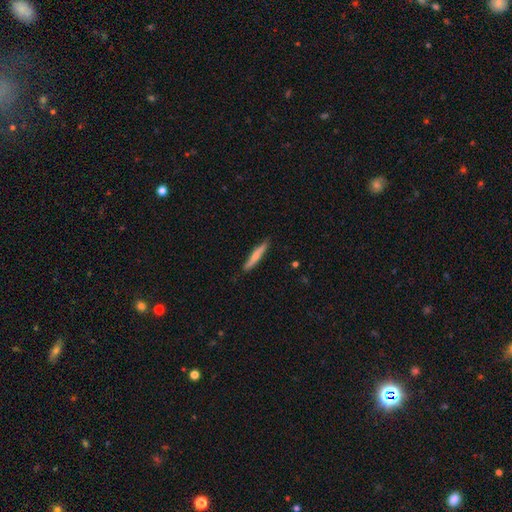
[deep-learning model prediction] A smooth galaxy with no disk features (64%) that is cigar-shaped (93%). Merging: none (87%).